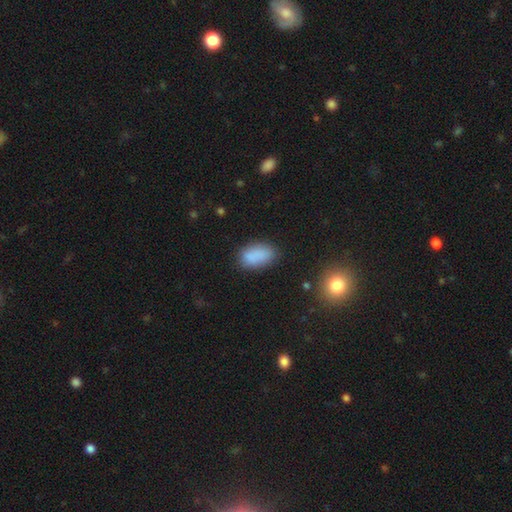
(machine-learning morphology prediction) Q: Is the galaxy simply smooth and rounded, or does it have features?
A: smooth — 85%.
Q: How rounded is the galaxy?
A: in between — 92%.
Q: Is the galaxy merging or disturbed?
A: none — 75%.